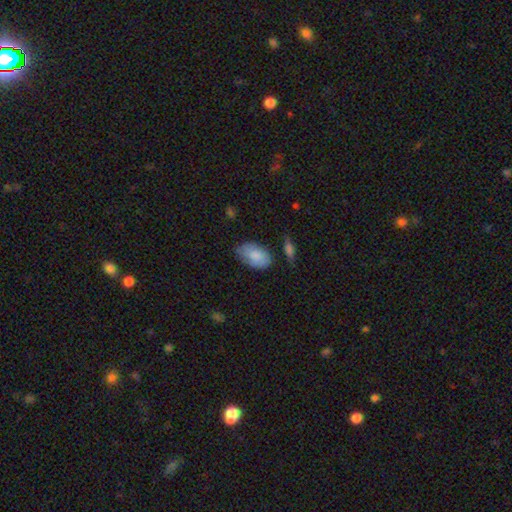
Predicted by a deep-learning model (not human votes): This is clearly a smooth galaxy (82%). How rounded: clearly in between (93%). Merging: likely none (67%).